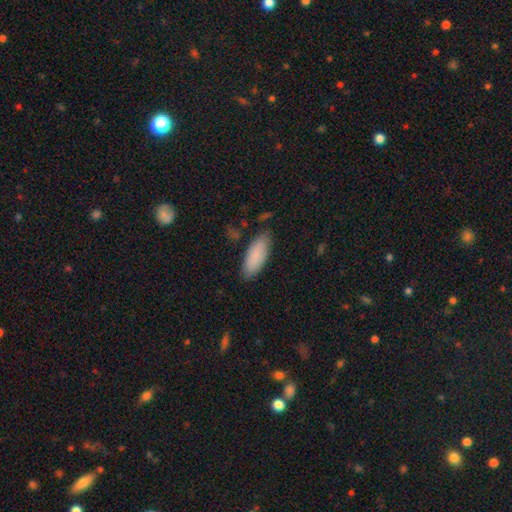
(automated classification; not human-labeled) Smooth or featured? Predicted: smooth (p=0.88). How rounded? Predicted: in between (p=0.73). Merging? Predicted: none (p=0.82).